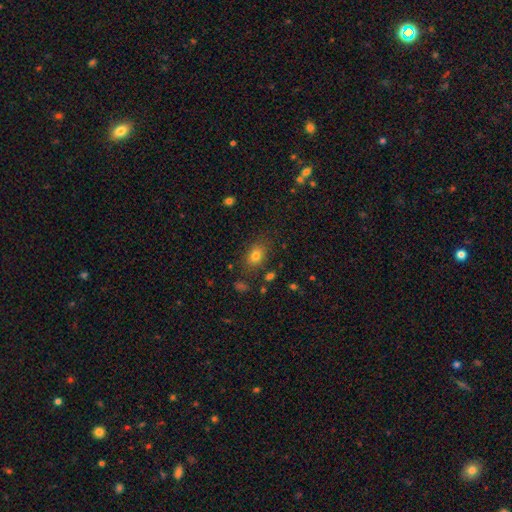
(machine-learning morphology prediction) The model was most divided on "how rounded": in between: 75%, round: 23%, cigar-shaped: 2%. More confident: merging — none (80%); smooth or featured — smooth (78%).